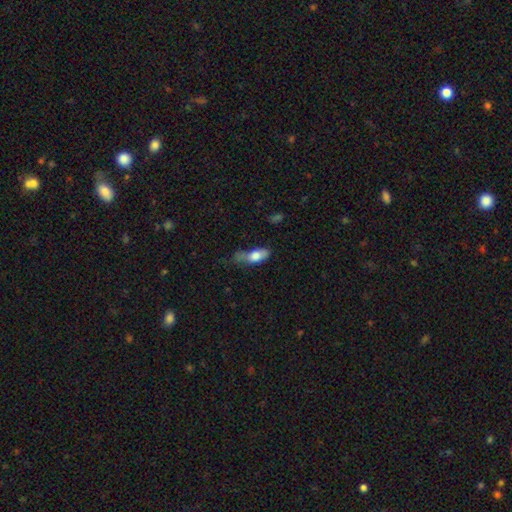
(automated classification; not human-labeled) A smooth galaxy with no disk features (75%) that is in between round and cigar-shaped (77%).

Vote fractions:
- Smooth or featured? smooth: 75% / featured or disk: 18% / star or artifact: 7%
- How rounded? in between: 77% / cigar-shaped: 18% / round: 5%
- Merging? minor disturbance: 38% / none: 29% / major disturbance: 28% / merger: 5%